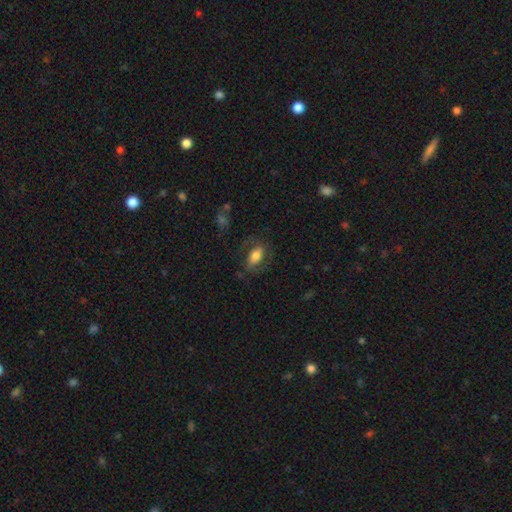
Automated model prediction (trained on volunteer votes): smooth_or_featured: smooth (p=0.54) [alt: featured or disk p=0.39]
how_rounded: in between (p=0.84) [alt: cigar-shaped p=0.09]
merging: none (p=0.62) [alt: minor disturbance p=0.19]